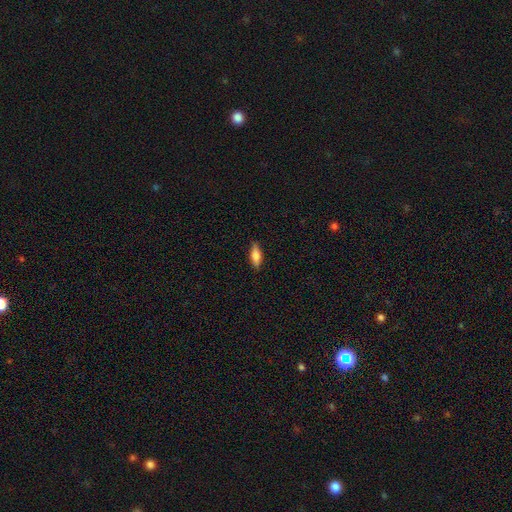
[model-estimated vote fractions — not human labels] This is likely a smooth galaxy (70%). How rounded: likely in between (62%). Merging: clearly none (87%).